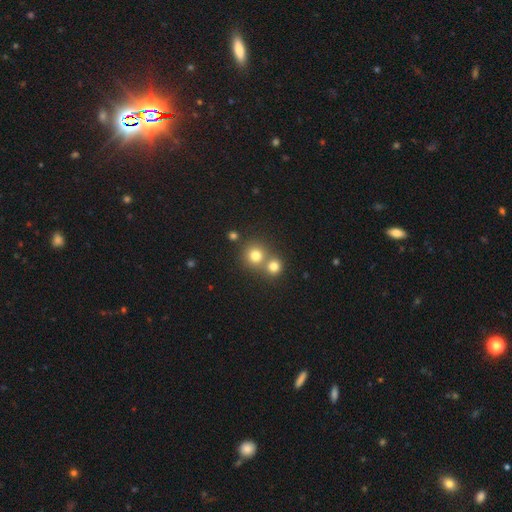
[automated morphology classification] Smooth or featured: smooth — 77% (star or artifact — 14%)
How rounded: round — 89% (in between — 10%)
Merging: none — 54% (merger — 38%)